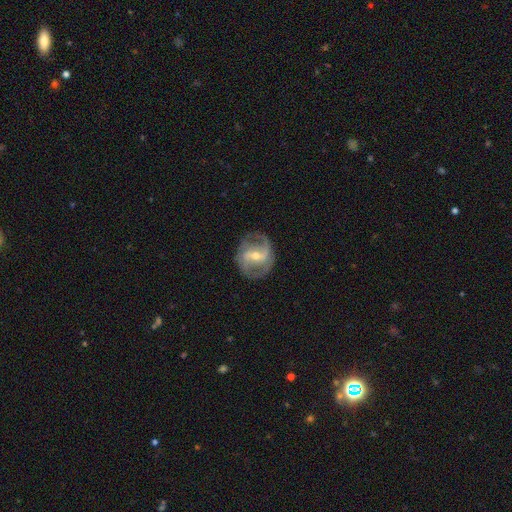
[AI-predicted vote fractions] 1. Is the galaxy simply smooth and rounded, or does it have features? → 86% featured or disk, 9% smooth, 6% star or artifact.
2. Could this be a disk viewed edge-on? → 97% no, 3% yes.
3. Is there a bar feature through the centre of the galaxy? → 44% weak, 40% strong, 17% no.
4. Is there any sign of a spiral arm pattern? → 93% yes, 7% no.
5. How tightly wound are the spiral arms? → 47% medium, 27% tight, 26% loose.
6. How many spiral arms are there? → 73% 2, 11% can't tell, 8% 3, 4% 1, 2% 4, 2% more than 4.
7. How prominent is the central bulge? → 50% moderate, 47% small, 2% large, 1% none, 1% dominant.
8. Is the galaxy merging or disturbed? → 76% none, 15% minor disturbance, 7% major disturbance, 1% merger.